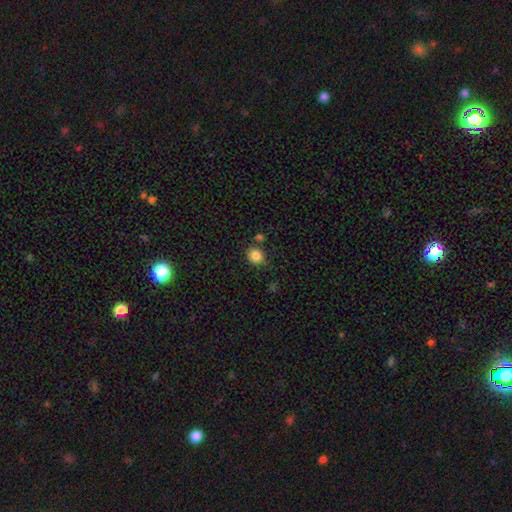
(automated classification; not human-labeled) smooth-or-featured: smooth: 85% | star or artifact: 10% | featured or disk: 4%
  how-rounded: round: 76% | in between: 23% | cigar-shaped: 1%
  merging: none: 77% | minor disturbance: 11% | merger: 8% | major disturbance: 3%